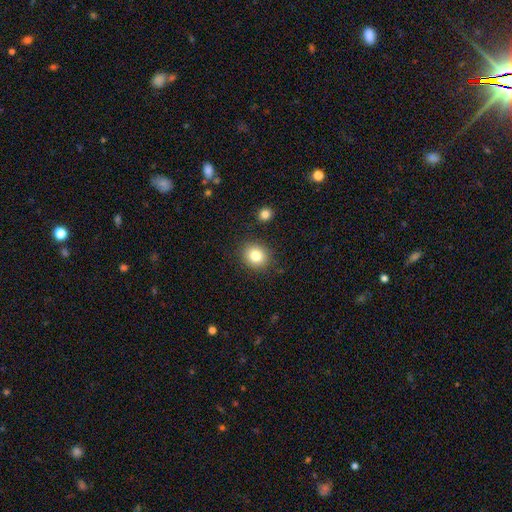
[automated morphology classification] This is clearly a smooth galaxy (81%). How rounded: likely round (76%). Merging: clearly none (87%).